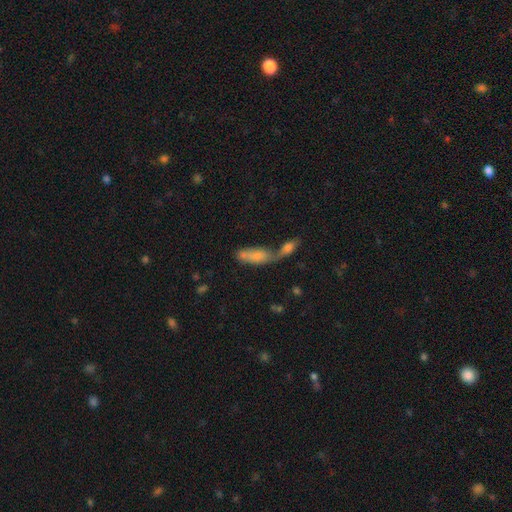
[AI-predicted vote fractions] Q: Smooth or featured?
A: smooth (67%); runner-up: featured or disk (23%)
Q: How rounded?
A: in between (72%); runner-up: cigar-shaped (25%)
Q: Merging?
A: merger (64%); runner-up: none (20%)